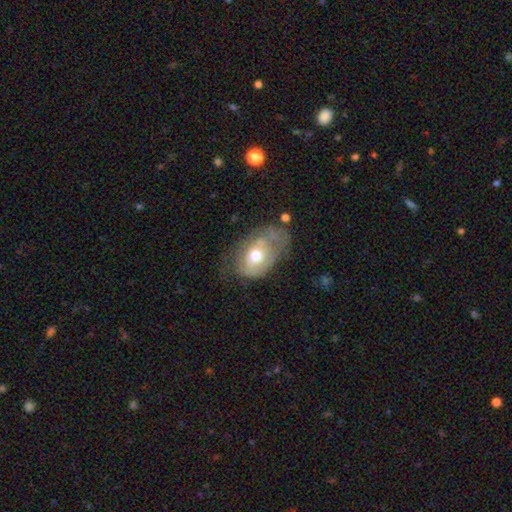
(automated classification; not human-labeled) This is possibly a featured or disk galaxy (48%). Merging: marginally none (34%).